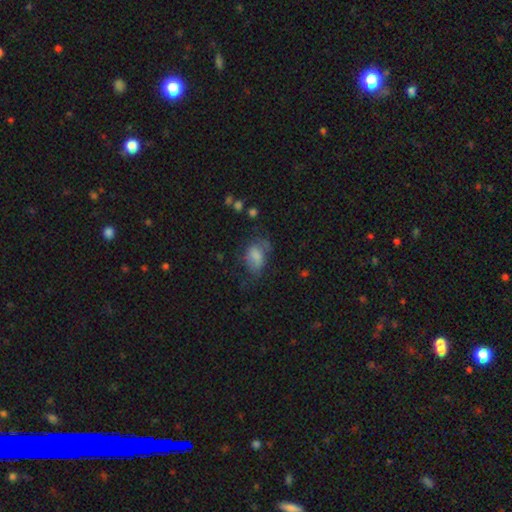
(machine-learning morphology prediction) The model was most divided on "merging": none: 36%, major disturbance: 31%, minor disturbance: 31%, merger: 3%. More confident: how rounded — in between (80%); smooth or featured — smooth (71%).